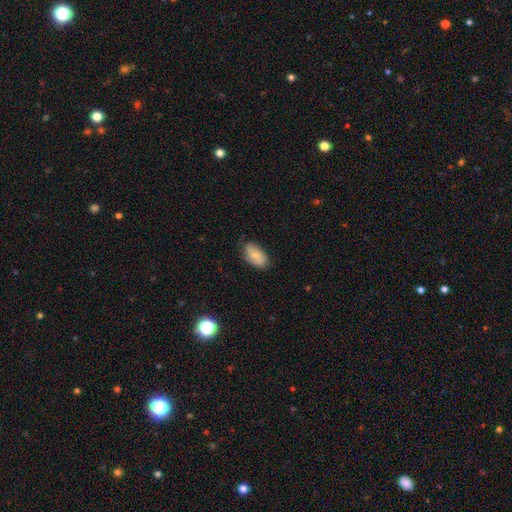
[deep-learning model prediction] Smooth or featured? smooth (73%)
How rounded? in between (93%)
Merging? none (73%)